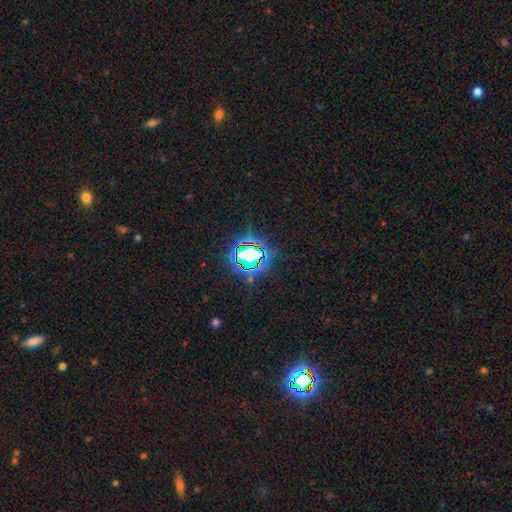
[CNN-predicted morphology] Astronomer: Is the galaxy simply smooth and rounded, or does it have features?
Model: star or artifact — 82%.